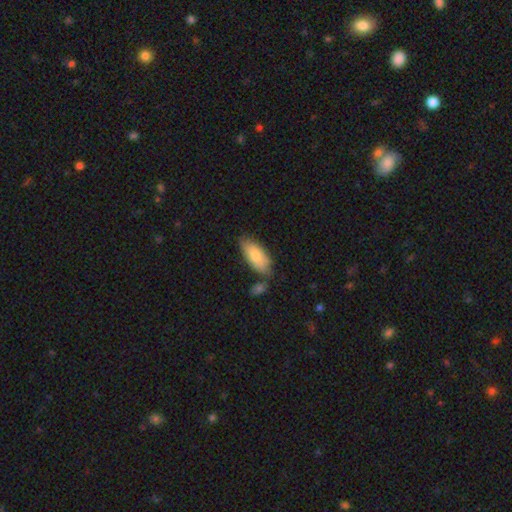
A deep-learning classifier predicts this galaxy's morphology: The model was most divided on "merging": none: 64%, minor disturbance: 20%, merger: 11%, major disturbance: 4%. More confident: how rounded — in between (86%); smooth or featured — smooth (79%).